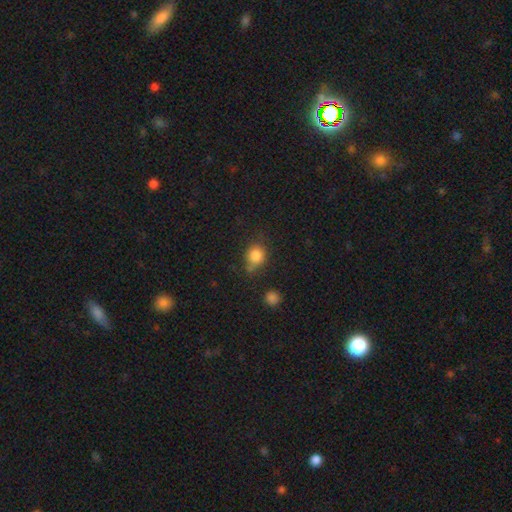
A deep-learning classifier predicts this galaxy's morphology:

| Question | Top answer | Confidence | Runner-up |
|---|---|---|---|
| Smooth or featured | smooth | 82% | star or artifact (11%) |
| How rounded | round | 75% | in between (24%) |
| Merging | none | 61% | minor disturbance (24%) |